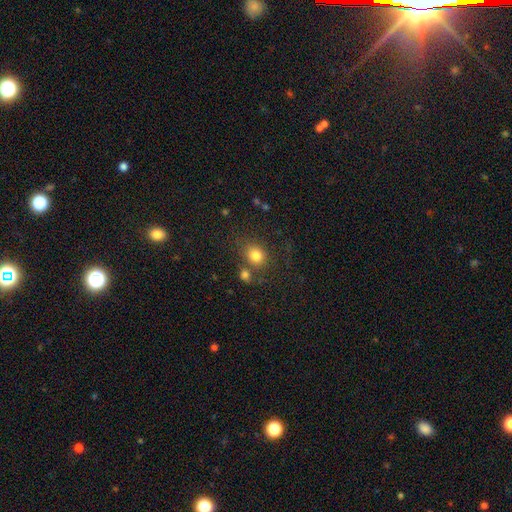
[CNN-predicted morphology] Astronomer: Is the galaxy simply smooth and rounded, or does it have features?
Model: smooth — 80%.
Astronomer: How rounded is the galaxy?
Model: round — 67%.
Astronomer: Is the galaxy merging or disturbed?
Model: none — 62%.